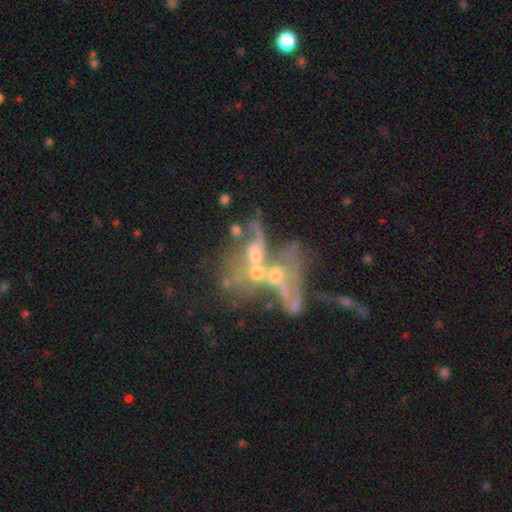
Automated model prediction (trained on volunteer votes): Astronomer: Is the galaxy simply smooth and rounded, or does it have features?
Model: featured or disk — 62%.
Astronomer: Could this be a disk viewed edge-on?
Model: no — 95%.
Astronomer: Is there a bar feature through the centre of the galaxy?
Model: no — 83%.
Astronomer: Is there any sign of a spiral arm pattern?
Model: no — 72%.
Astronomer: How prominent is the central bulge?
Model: moderate — 39% (runner-up: small, 28%).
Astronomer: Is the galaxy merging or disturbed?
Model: merger — 66%.